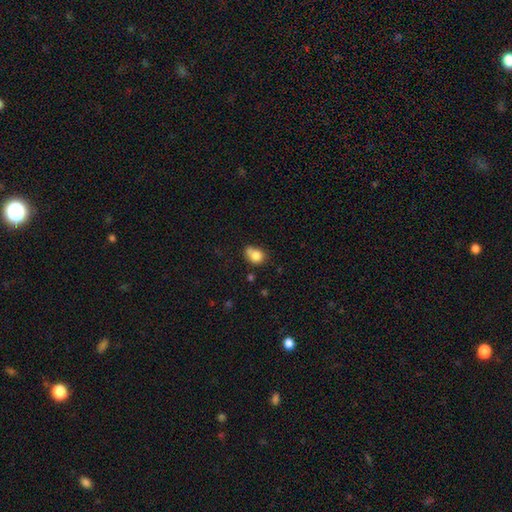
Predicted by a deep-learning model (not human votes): Smooth or featured: smooth — 80% (star or artifact — 10%)
How rounded: round — 59% (in between — 40%)
Merging: none — 45% (merger — 24%)